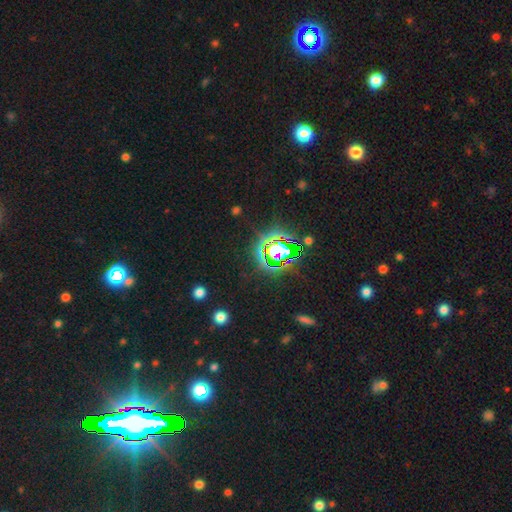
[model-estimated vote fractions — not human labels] Smooth or featured? star or artifact (80%)